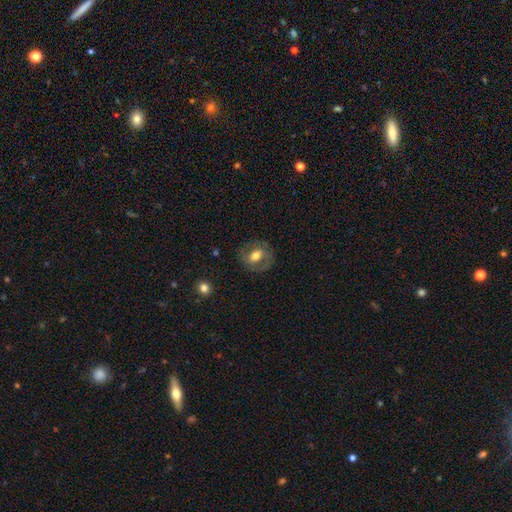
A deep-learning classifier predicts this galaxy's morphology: The model was most divided on "smooth or featured": featured or disk: 49%, smooth: 44%, star or artifact: 7%. More confident: merging — none (75%).